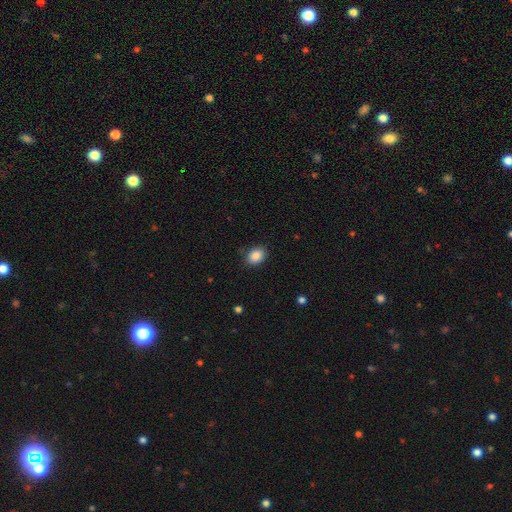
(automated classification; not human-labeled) This is clearly a smooth galaxy (88%). How rounded: likely in between (69%). Merging: clearly none (85%).